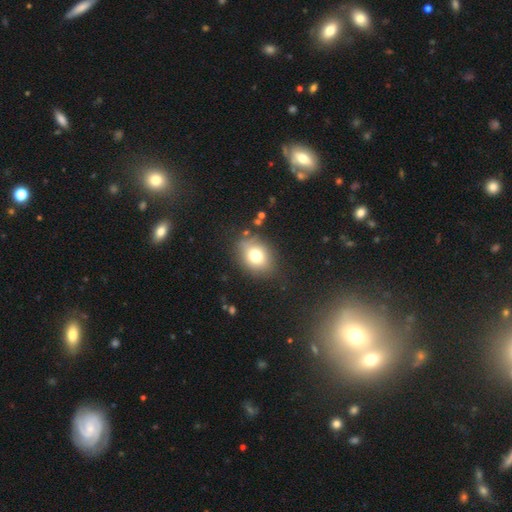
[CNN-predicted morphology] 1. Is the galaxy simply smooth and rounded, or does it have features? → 74% smooth, 14% featured or disk, 12% star or artifact.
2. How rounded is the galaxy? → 56% in between, 43% round, 1% cigar-shaped.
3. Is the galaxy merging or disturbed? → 79% none, 14% minor disturbance, 5% major disturbance, 3% merger.